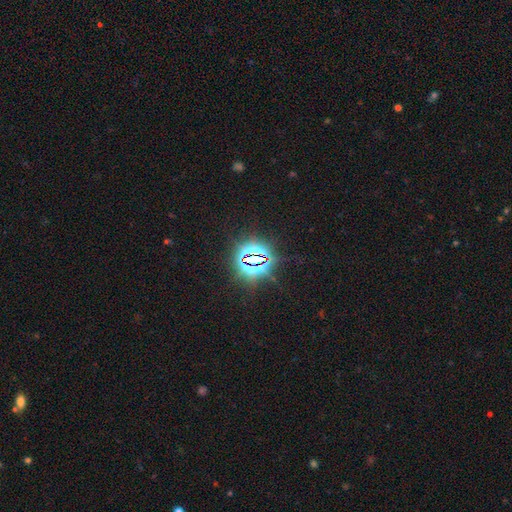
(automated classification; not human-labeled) Smooth or featured: star or artifact — 83% (smooth — 10%)